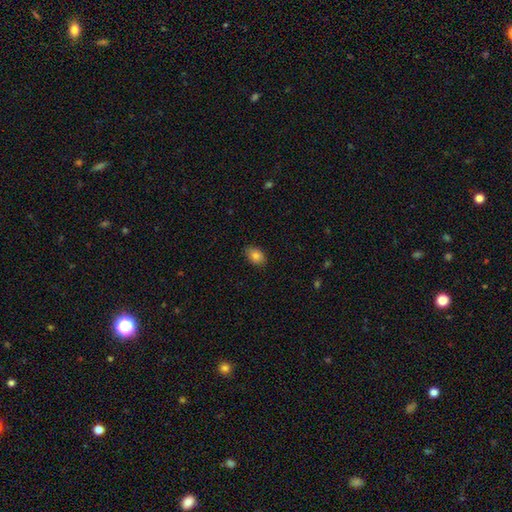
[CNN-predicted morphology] Overall: smooth (84%). How rounded: in between (84%). Merging: none (84%).